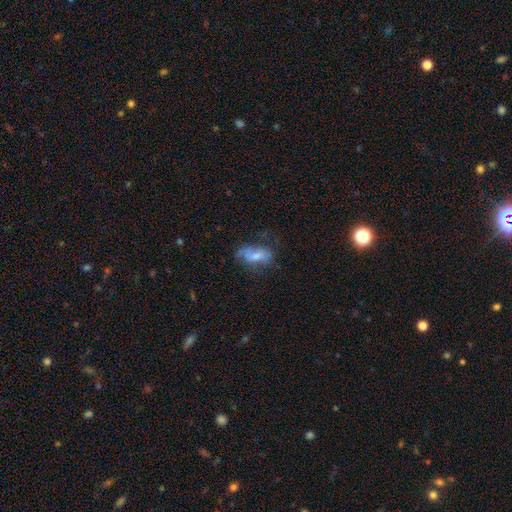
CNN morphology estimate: Overall: smooth (58%; featured or disk 33%). How rounded: in between (87%). Merging: none (45%; minor disturbance 31%).